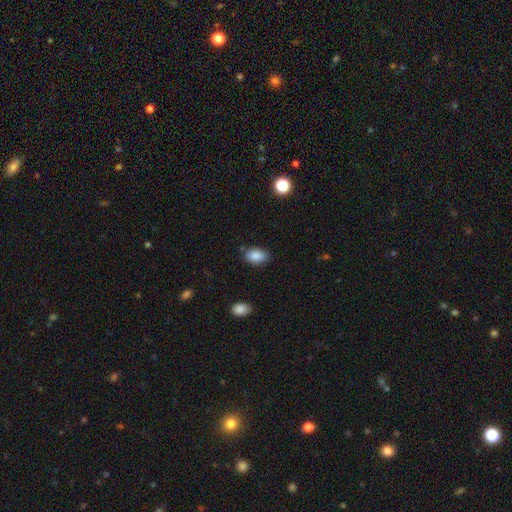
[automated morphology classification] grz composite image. It shows a smooth galaxy with no disk features (87%) that is in between round and cigar-shaped (89%). Merging: none (81%).